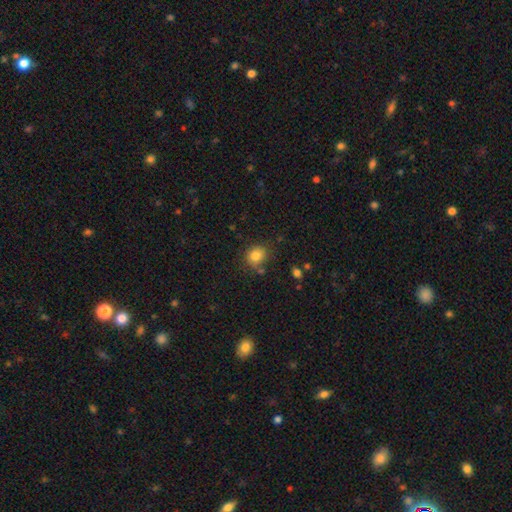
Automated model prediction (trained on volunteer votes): Smooth or featured? smooth (82%)
How rounded? round (70%)
Merging? none (74%)